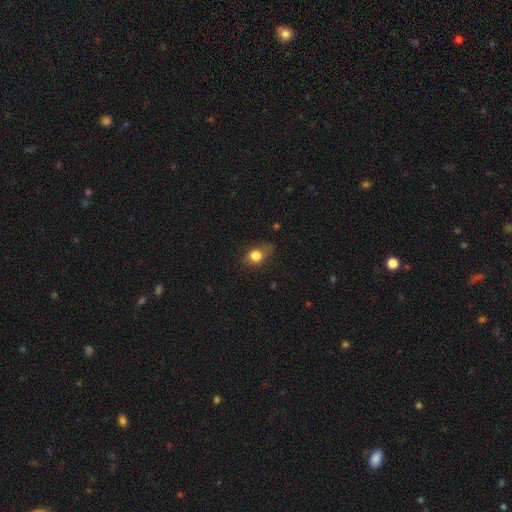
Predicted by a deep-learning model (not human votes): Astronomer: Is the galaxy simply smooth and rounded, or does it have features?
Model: smooth — 78%.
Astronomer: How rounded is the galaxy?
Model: round — 50% (runner-up: in between, 47%).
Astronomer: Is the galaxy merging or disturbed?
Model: none — 61%.